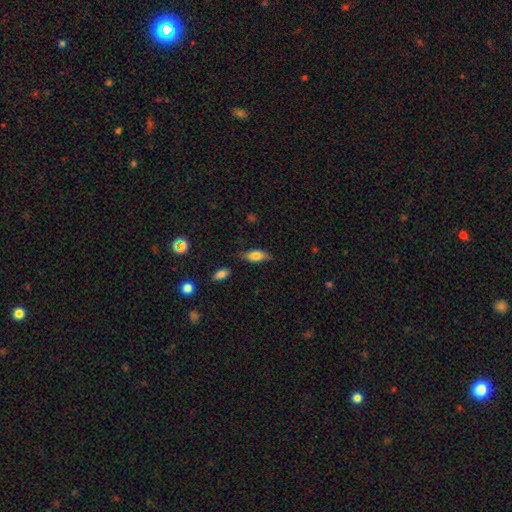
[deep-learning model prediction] This is likely a smooth galaxy (71%). How rounded: likely in between (76%). Merging: likely none (74%).